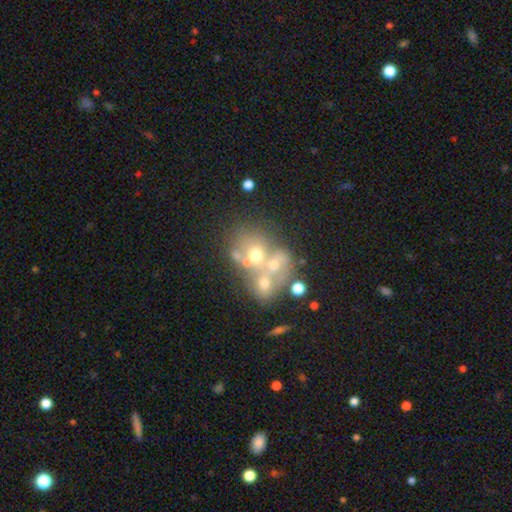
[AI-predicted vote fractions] This appears to be a featured or disk galaxy (45%). Merging: merger (60%).